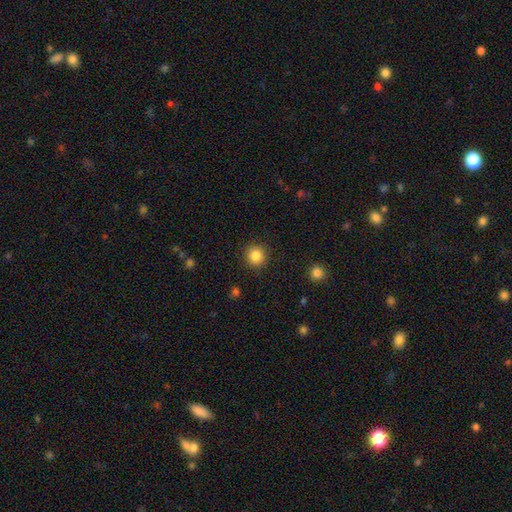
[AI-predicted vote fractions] Smooth or featured?
  - smooth: 85% *
  - star or artifact: 10%
  - featured or disk: 5%
How rounded?
  - round: 92% *
  - in between: 7%
  - cigar-shaped: 1%
Merging?
  - none: 91% *
  - minor disturbance: 6%
  - major disturbance: 2%
  - merger: 1%